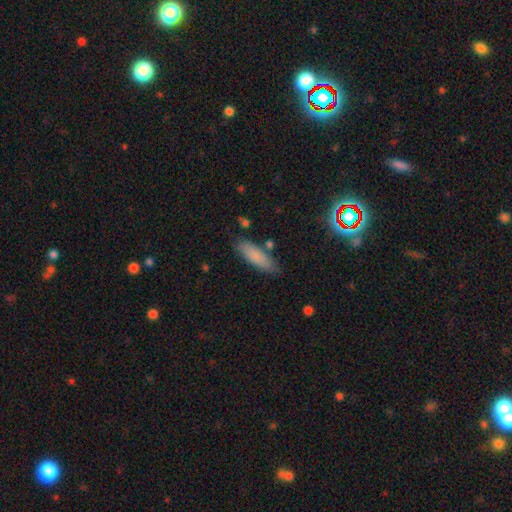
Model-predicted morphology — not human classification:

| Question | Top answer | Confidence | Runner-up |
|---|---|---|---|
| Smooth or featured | smooth | 82% | featured or disk (10%) |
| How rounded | cigar-shaped | 51% | in between (47%) |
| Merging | none | 80% | minor disturbance (14%) |